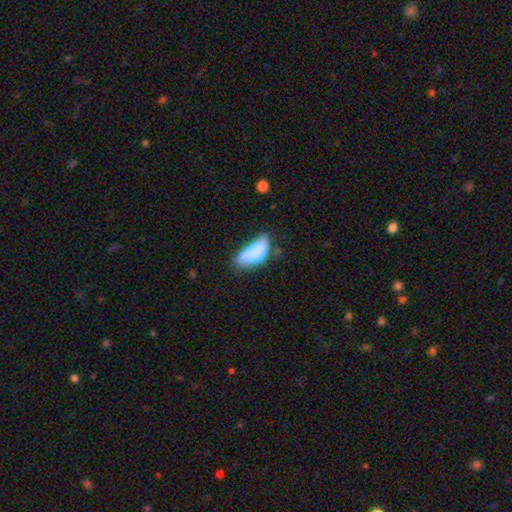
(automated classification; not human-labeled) The model was most divided on "merging": none: 32%, minor disturbance: 28%, merger: 20%, major disturbance: 20%. More confident: how rounded — in between (77%); smooth or featured — smooth (69%).